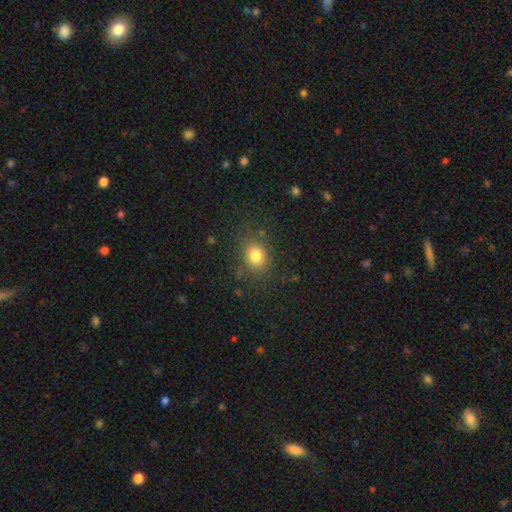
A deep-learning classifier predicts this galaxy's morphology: This is likely a smooth galaxy (79%). How rounded: possibly round (56%). Merging: likely none (79%).